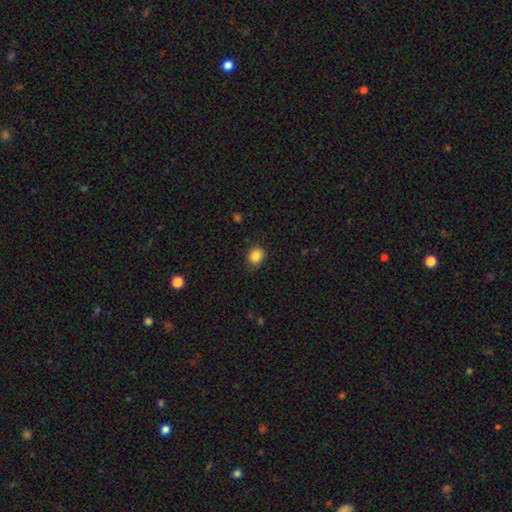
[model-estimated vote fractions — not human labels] Smooth or featured: smooth — 85% (star or artifact — 10%)
How rounded: round — 72% (in between — 27%)
Merging: none — 85% (minor disturbance — 12%)